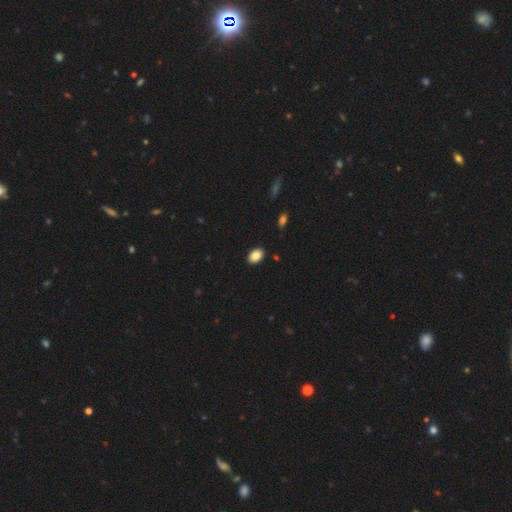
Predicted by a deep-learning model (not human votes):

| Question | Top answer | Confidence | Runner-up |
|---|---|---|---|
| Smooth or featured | smooth | 87% | star or artifact (8%) |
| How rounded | in between | 82% | round (17%) |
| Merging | none | 90% | minor disturbance (7%) |